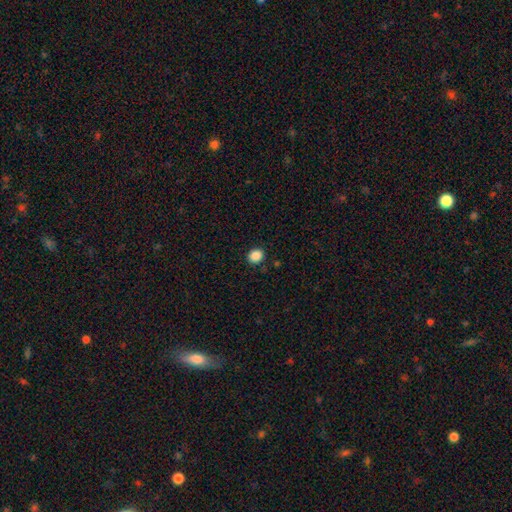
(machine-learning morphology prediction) A smooth galaxy with no disk features (88%) that is round (70%).

Vote fractions:
- Smooth or featured? smooth: 88% / star or artifact: 10% / featured or disk: 3%
- How rounded? round: 70% / in between: 29% / cigar-shaped: 1%
- Merging? none: 89% / minor disturbance: 7% / major disturbance: 2% / merger: 1%